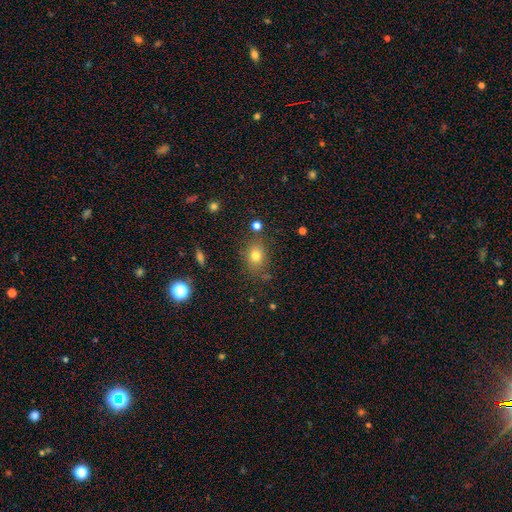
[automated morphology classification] Smooth or featured? Predicted: smooth (p=0.76). How rounded? Predicted: in between (p=0.58). Merging? Predicted: none (p=0.77).